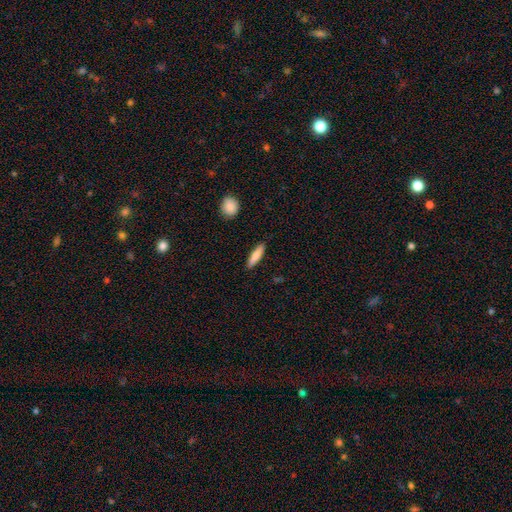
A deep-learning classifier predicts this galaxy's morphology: smooth 78%, featured or disk 16%, star or artifact 6%. Down the decision tree: how rounded — cigar-shaped (76%); merging — none (88%).